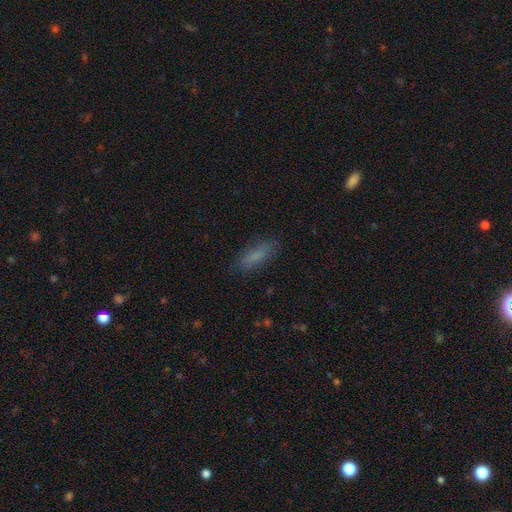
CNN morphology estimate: The model was most divided on "how rounded": in between: 51%, cigar-shaped: 47%, round: 2%. More confident: merging — none (80%); smooth or featured — smooth (77%).